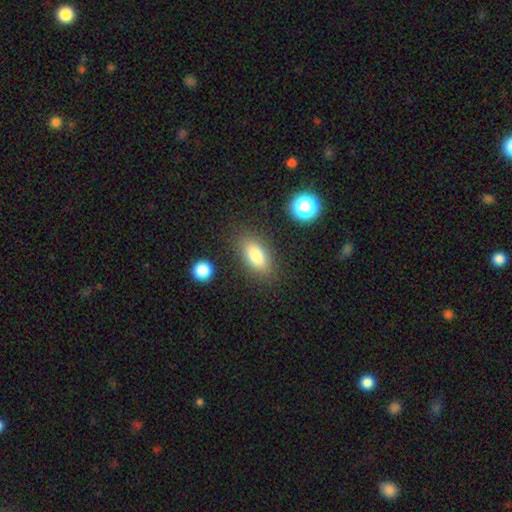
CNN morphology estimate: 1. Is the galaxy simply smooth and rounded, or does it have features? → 80% smooth, 11% featured or disk, 9% star or artifact.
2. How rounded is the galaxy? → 86% in between, 8% cigar-shaped, 6% round.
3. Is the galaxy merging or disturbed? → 83% none, 11% minor disturbance, 4% major disturbance, 2% merger.